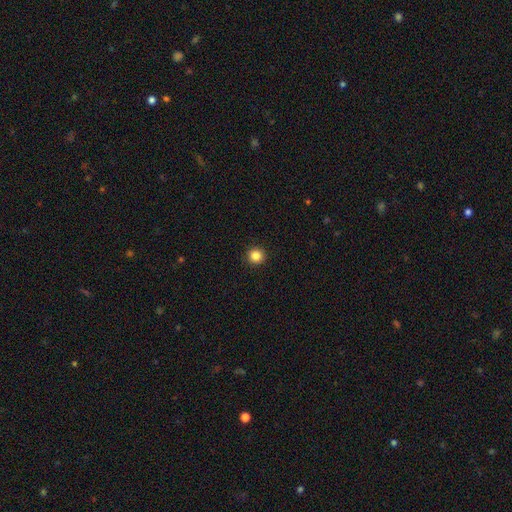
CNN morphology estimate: smooth 85%, star or artifact 11%, featured or disk 4%. Down the decision tree: how rounded — round (95%); merging — none (93%).